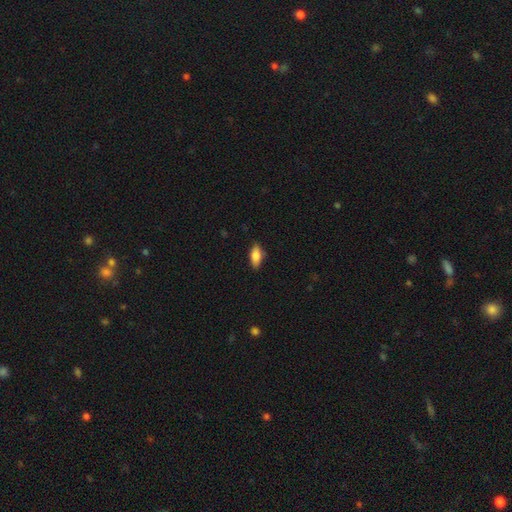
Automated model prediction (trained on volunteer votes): Smooth or featured: smooth — 83% (featured or disk — 10%)
How rounded: in between — 83% (cigar-shaped — 14%)
Merging: none — 84% (minor disturbance — 13%)